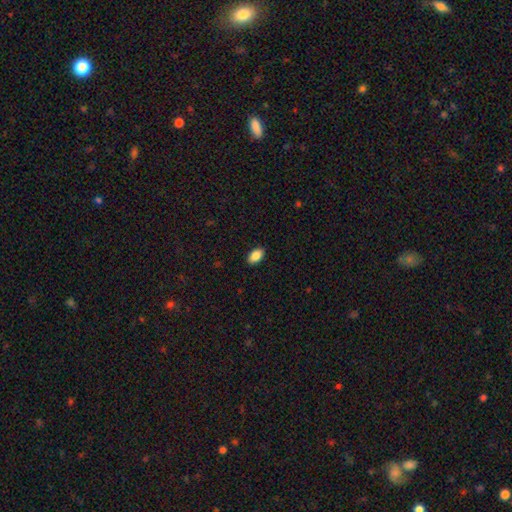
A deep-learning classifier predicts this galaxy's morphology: smooth_or_featured: smooth (p=0.87) [alt: star or artifact p=0.07]
how_rounded: in between (p=0.93) [alt: round p=0.05]
merging: none (p=0.90) [alt: minor disturbance p=0.08]